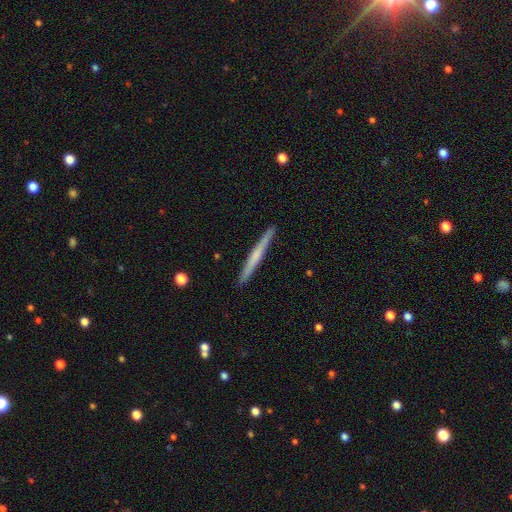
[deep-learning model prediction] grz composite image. It shows a featured or disk galaxy (51%) viewed edge-on (98%). Merging: none (92%).